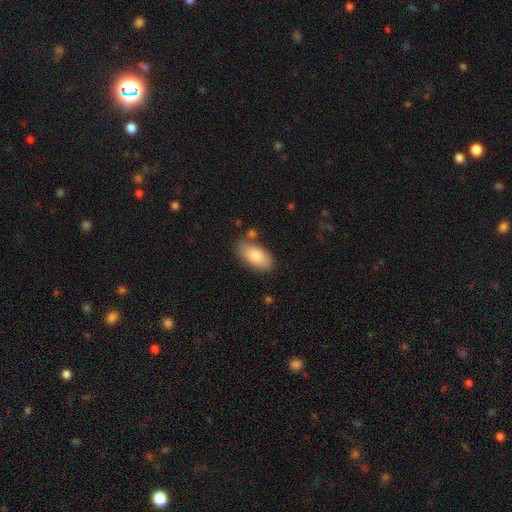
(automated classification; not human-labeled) A smooth galaxy with no disk features (82%) that is in between round and cigar-shaped (93%). Merging: none (74%).